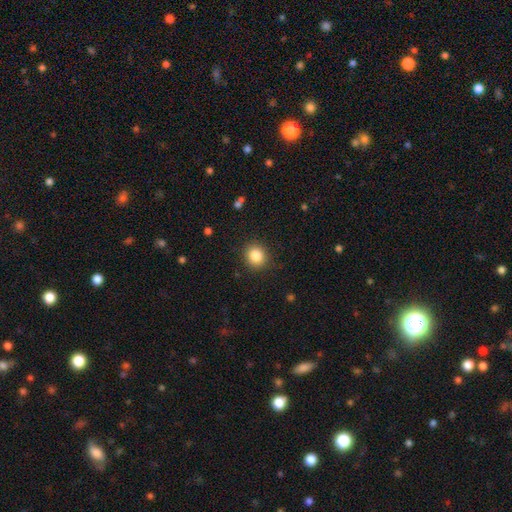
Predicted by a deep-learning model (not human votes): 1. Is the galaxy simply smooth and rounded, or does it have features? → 84% smooth, 10% star or artifact, 6% featured or disk.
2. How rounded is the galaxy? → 85% round, 14% in between, 1% cigar-shaped.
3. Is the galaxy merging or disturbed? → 89% none, 7% minor disturbance, 2% major disturbance, 1% merger.